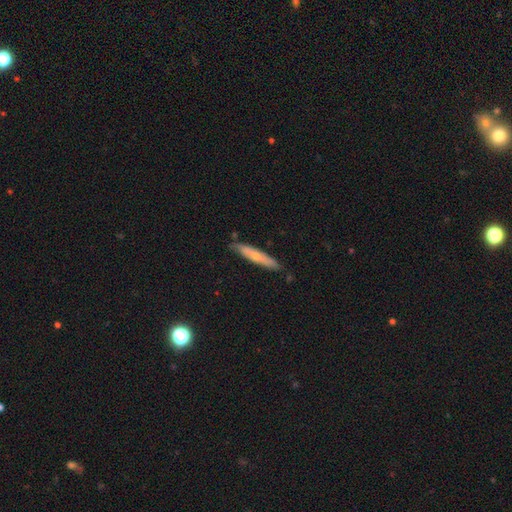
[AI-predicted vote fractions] smooth 50%, featured or disk 45%, star or artifact 6%. Down the decision tree: merging — none (81%).